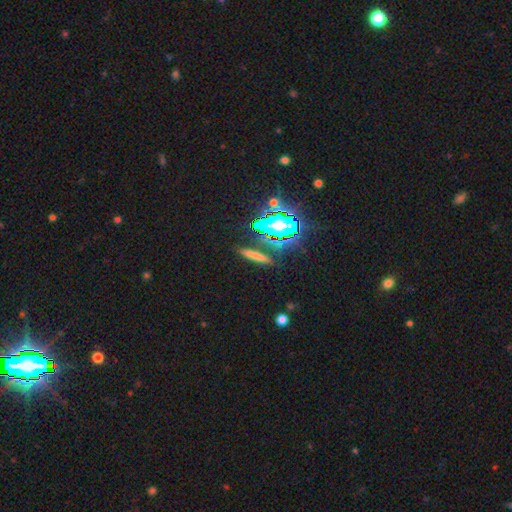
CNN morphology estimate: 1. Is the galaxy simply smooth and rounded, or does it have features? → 54% smooth, 27% star or artifact, 18% featured or disk.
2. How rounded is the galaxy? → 83% cigar-shaped, 12% in between, 5% round.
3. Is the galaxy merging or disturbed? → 84% none, 9% minor disturbance, 4% merger, 3% major disturbance.